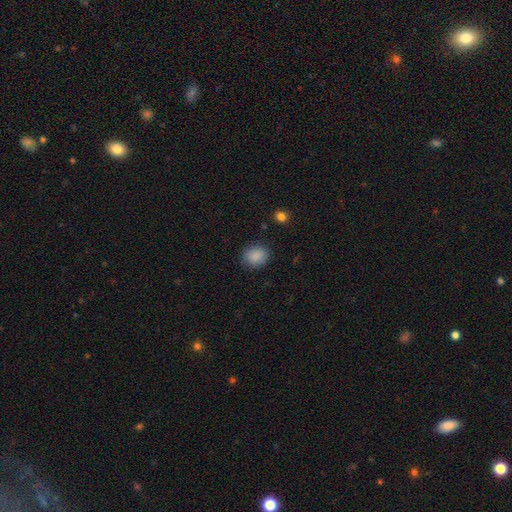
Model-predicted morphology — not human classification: The model was most divided on "how rounded": round: 64%, in between: 36%, cigar-shaped: 1%. More confident: smooth or featured — smooth (88%); merging — none (85%).